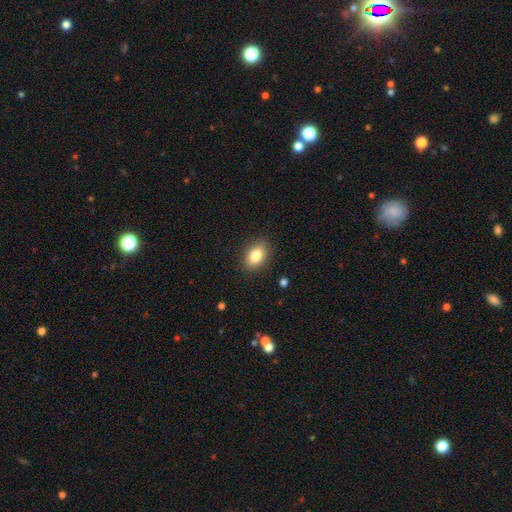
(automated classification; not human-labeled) smooth-or-featured: smooth: 83% | featured or disk: 9% | star or artifact: 8%
  how-rounded: in between: 82% | round: 16% | cigar-shaped: 2%
  merging: none: 87% | minor disturbance: 9% | major disturbance: 3% | merger: 1%